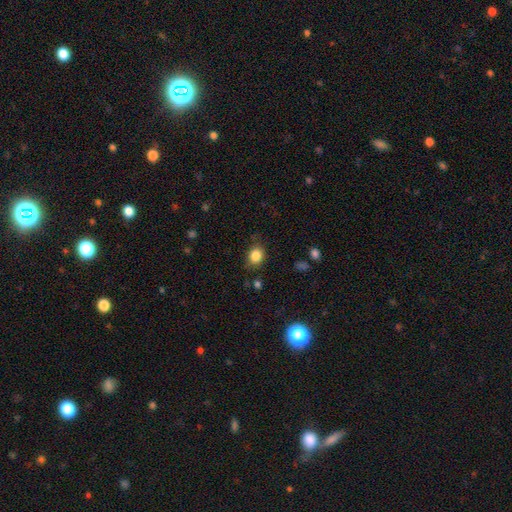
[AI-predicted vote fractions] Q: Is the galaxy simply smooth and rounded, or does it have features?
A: smooth — 85%.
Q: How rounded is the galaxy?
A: round — 58%.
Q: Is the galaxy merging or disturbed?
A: none — 80%.